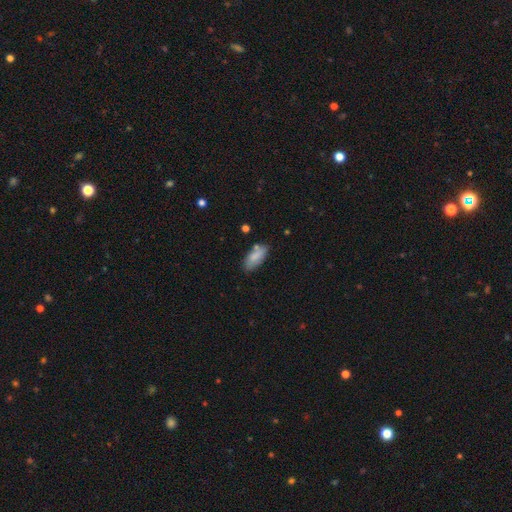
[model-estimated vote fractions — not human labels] Q: Smooth or featured?
A: smooth (81%); runner-up: featured or disk (13%)
Q: How rounded?
A: in between (84%); runner-up: cigar-shaped (14%)
Q: Merging?
A: none (70%); runner-up: minor disturbance (20%)